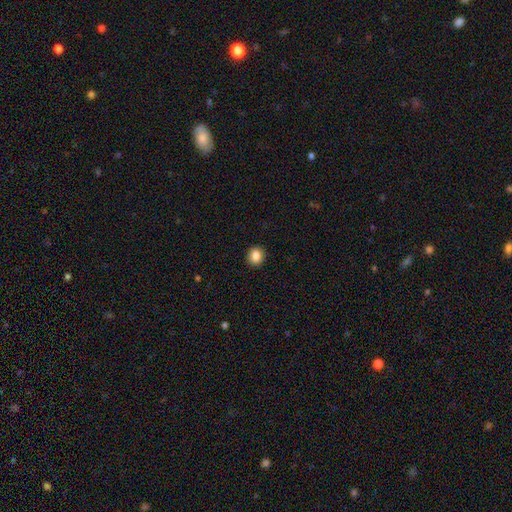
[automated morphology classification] Smooth or featured? smooth (86%)
How rounded? round (68%)
Merging? none (90%)